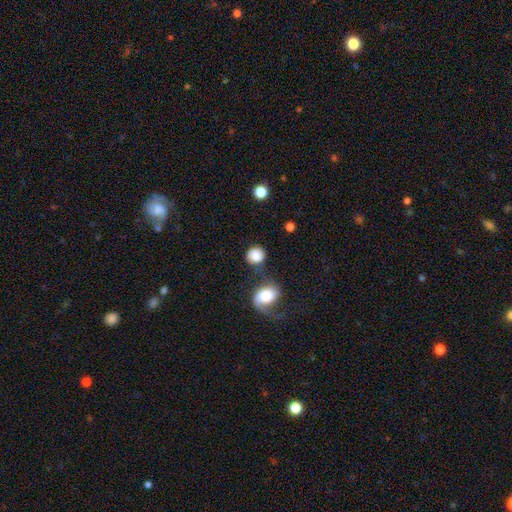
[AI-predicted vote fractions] Smooth or featured?
  - smooth: 82% *
  - featured or disk: 10%
  - star or artifact: 8%
How rounded?
  - round: 83% *
  - in between: 16%
  - cigar-shaped: 1%
Merging?
  - none: 58% *
  - merger: 17%
  - minor disturbance: 15%
  - major disturbance: 10%